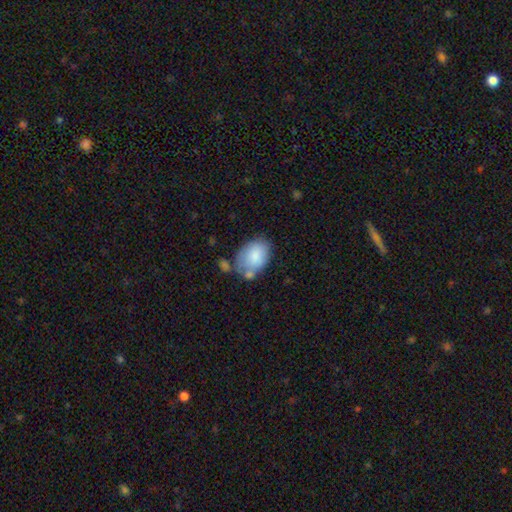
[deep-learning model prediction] smooth 81%, featured or disk 12%, star or artifact 6%. Down the decision tree: how rounded — in between (82%); merging — none (49%).